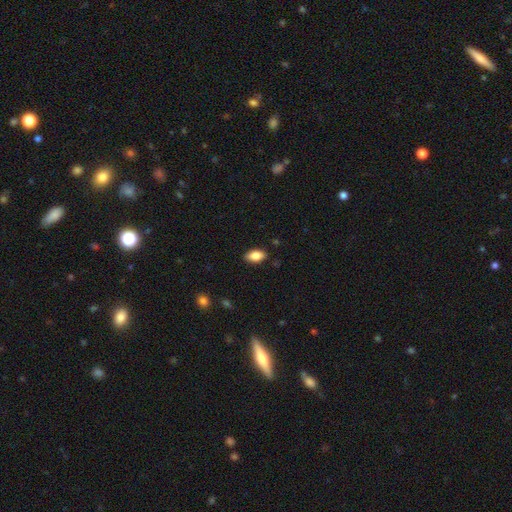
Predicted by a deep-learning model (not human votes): smooth_or_featured: smooth (p=0.85) [alt: star or artifact p=0.08]
how_rounded: in between (p=0.92) [alt: round p=0.05]
merging: none (p=0.87) [alt: minor disturbance p=0.10]